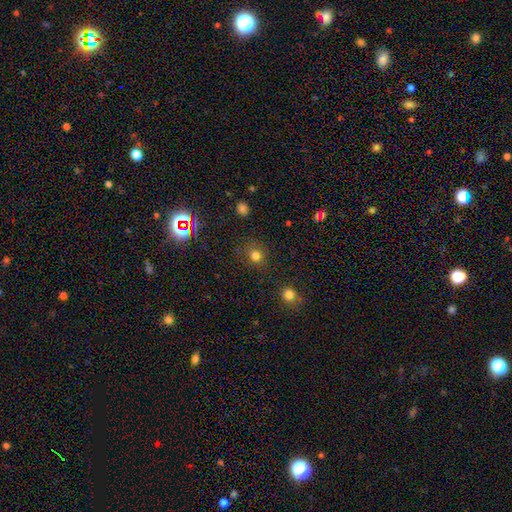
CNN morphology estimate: type=smooth (75%); roundness=round (84%); merging=none (82%).